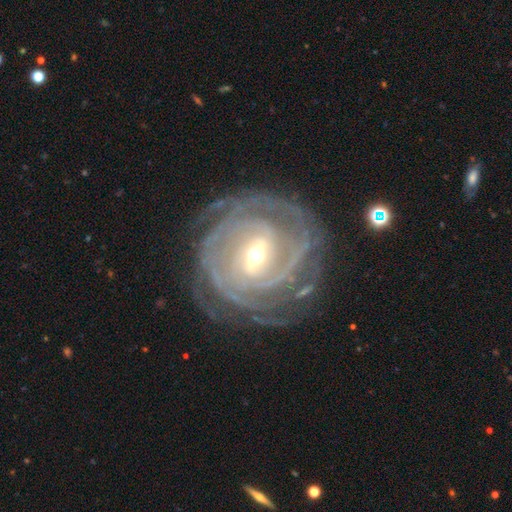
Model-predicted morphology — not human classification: type=featured or disk (91%); edge-on=no (96%); bar=strong (45%); spiral arms=yes (97%); winding=tight (82%); arm count=can't tell (26%); bulge=moderate (55%); merging=none (78%).